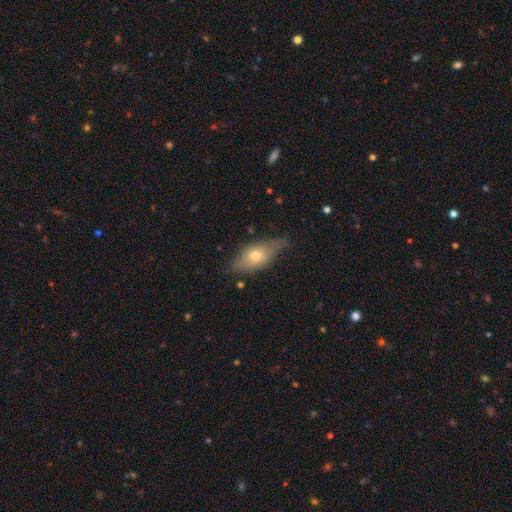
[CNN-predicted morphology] Smooth or featured? smooth (53%)
How rounded? in between (75%)
Merging? none (70%)